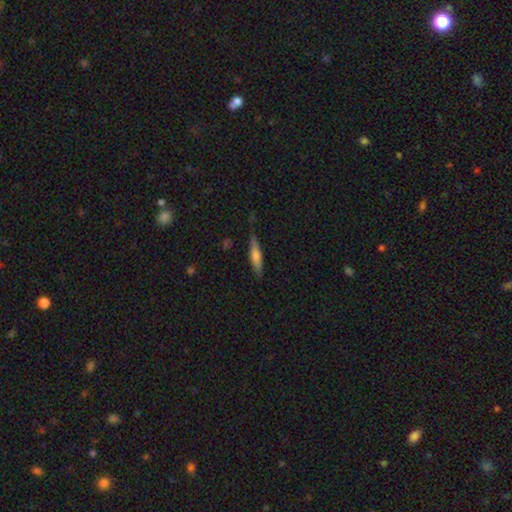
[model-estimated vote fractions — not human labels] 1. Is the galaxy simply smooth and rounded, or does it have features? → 61% smooth, 33% featured or disk, 6% star or artifact.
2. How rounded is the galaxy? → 84% cigar-shaped, 14% in between, 2% round.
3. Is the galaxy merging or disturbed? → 81% none, 15% minor disturbance, 3% major disturbance, 2% merger.